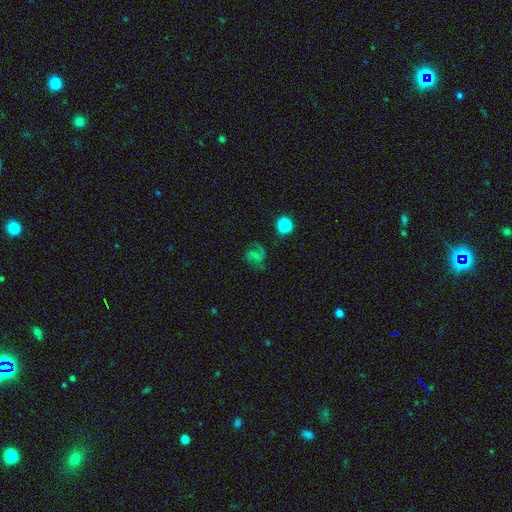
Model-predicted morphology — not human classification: Overall: featured or disk (42%; smooth 39%). Merging: none (59%; minor disturbance 20%).